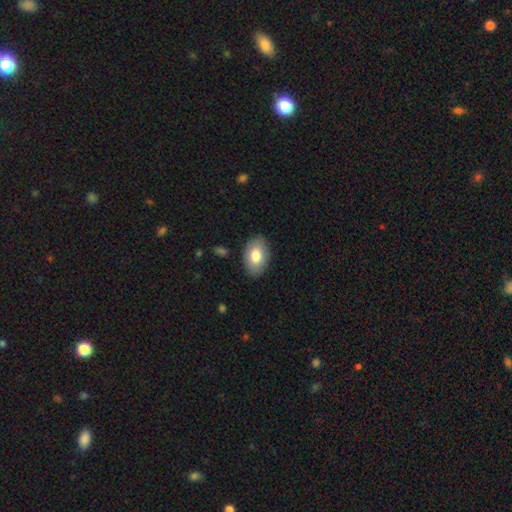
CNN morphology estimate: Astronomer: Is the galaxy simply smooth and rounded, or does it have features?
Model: smooth — 79%.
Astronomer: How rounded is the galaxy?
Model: in between — 91%.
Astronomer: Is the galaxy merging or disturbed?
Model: none — 86%.